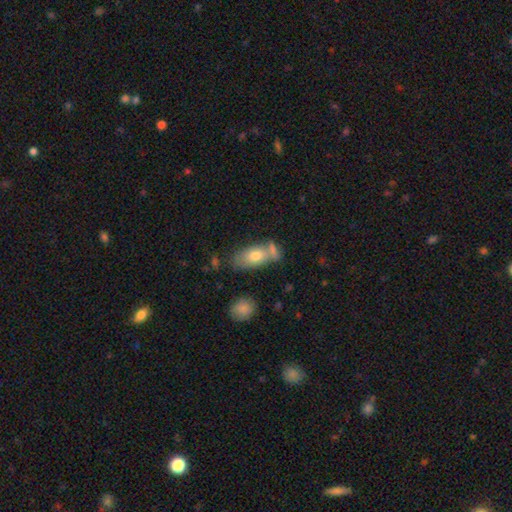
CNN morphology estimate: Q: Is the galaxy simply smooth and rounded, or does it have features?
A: smooth — 73%.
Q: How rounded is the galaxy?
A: in between — 86%.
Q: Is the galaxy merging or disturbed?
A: none — 52%.